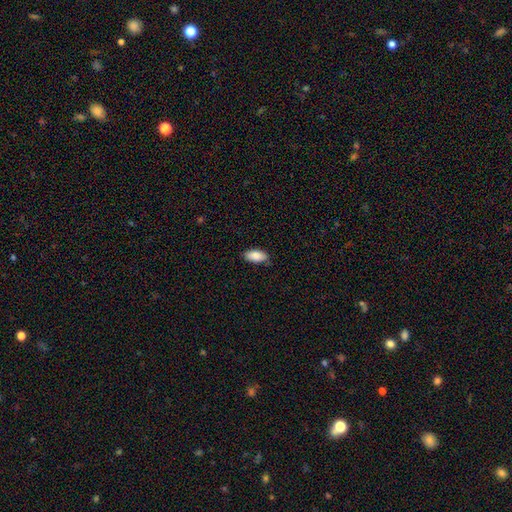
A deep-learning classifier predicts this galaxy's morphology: Smooth or featured: smooth — 89% (star or artifact — 6%)
How rounded: in between — 91% (cigar-shaped — 7%)
Merging: none — 82% (minor disturbance — 15%)